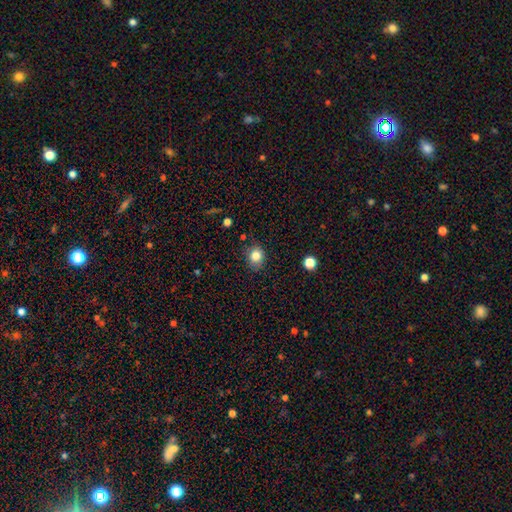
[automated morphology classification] Smooth or featured?
  - smooth: 82% *
  - star or artifact: 11%
  - featured or disk: 7%
How rounded?
  - round: 72% *
  - in between: 27%
  - cigar-shaped: 1%
Merging?
  - none: 82% *
  - minor disturbance: 14%
  - major disturbance: 3%
  - merger: 2%